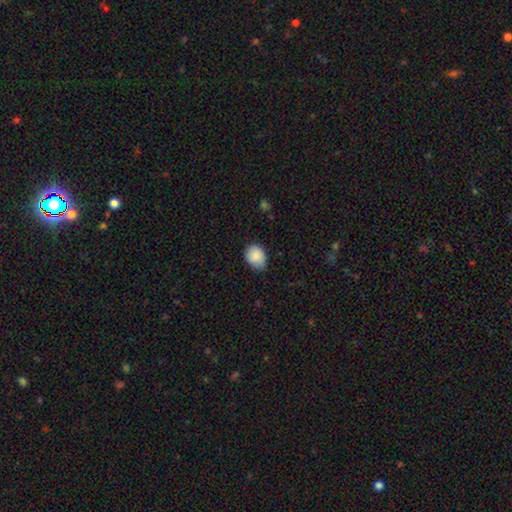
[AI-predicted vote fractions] A smooth galaxy with no disk features (87%) that is in between round and cigar-shaped (54%).

Vote fractions:
- Smooth or featured? smooth: 87% / star or artifact: 7% / featured or disk: 6%
- How rounded? in between: 54% / round: 45% / cigar-shaped: 1%
- Merging? none: 61% / minor disturbance: 33% / major disturbance: 5% / merger: 1%